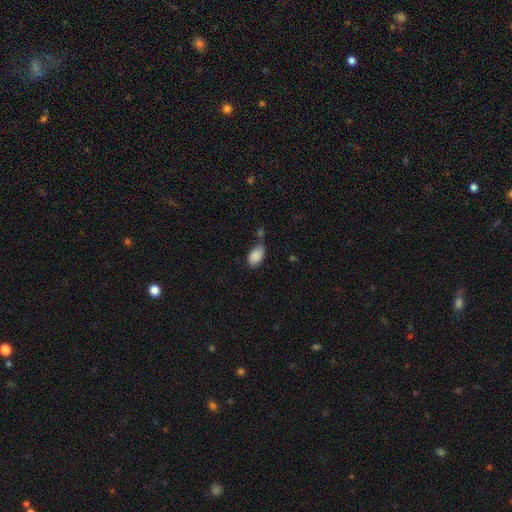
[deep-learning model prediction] smooth-or-featured: smooth: 88% | star or artifact: 7% | featured or disk: 5%
  how-rounded: in between: 94% | round: 5% | cigar-shaped: 2%
  merging: none: 56% | minor disturbance: 24% | merger: 14% | major disturbance: 7%